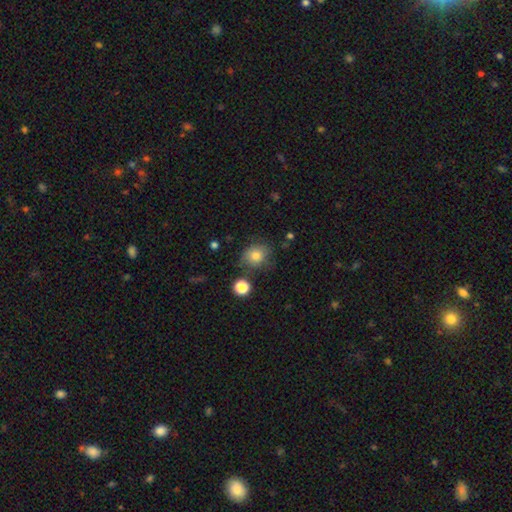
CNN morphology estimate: Overall: smooth (79%). How rounded: round (71%). Merging: none (70%).